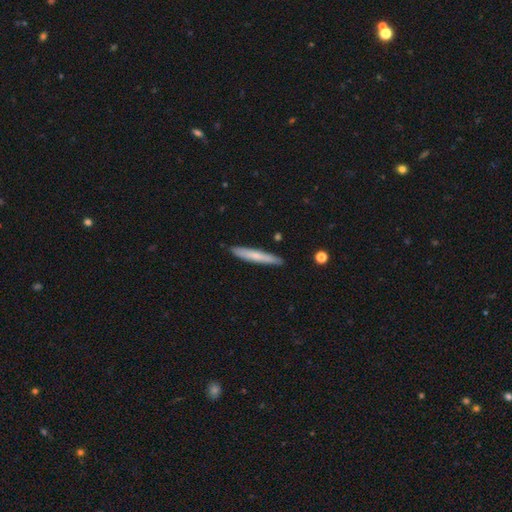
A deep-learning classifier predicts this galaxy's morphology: Smooth or featured? Predicted: smooth (p=0.66). How rounded? Predicted: cigar-shaped (p=0.95). Merging? Predicted: none (p=0.89).